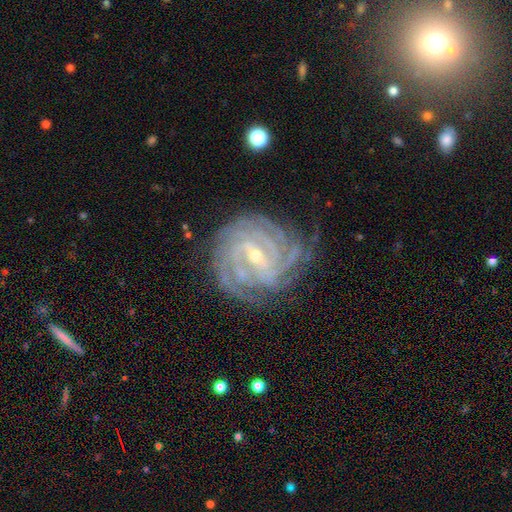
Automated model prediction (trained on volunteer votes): Smooth or featured: featured or disk — 92% (star or artifact — 5%)
Edge-on disk: no — 97% (yes — 3%)
Bar: weak — 49% (strong — 35%)
Spiral arms: yes — 98% (no — 2%)
Spiral winding: tight — 80% (medium — 18%)
Spiral arm count: 4 — 34% (more than 4 — 18%)
Bulge size: small — 63% (moderate — 35%)
Merging: none — 78% (minor disturbance — 16%)